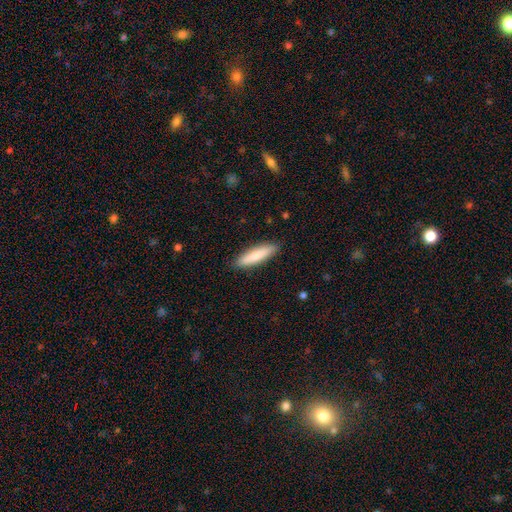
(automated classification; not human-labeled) Morphology: type=smooth (83%); roundness=cigar-shaped (77%); merging=none (89%).